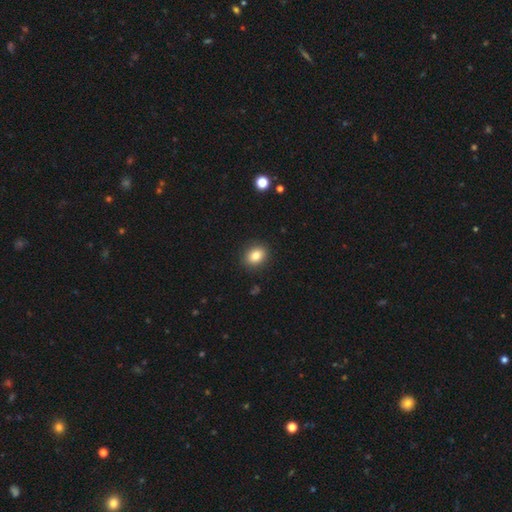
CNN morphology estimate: Overall: smooth (83%). How rounded: round (52%; in between 47%). Merging: none (90%).